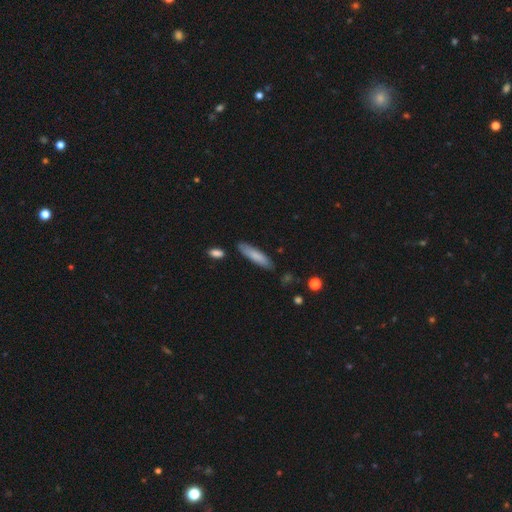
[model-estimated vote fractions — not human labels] Smooth or featured?
  - smooth: 79% *
  - featured or disk: 16%
  - star or artifact: 6%
How rounded?
  - cigar-shaped: 75% *
  - in between: 24%
  - round: 1%
Merging?
  - none: 82% *
  - minor disturbance: 13%
  - merger: 3%
  - major disturbance: 3%